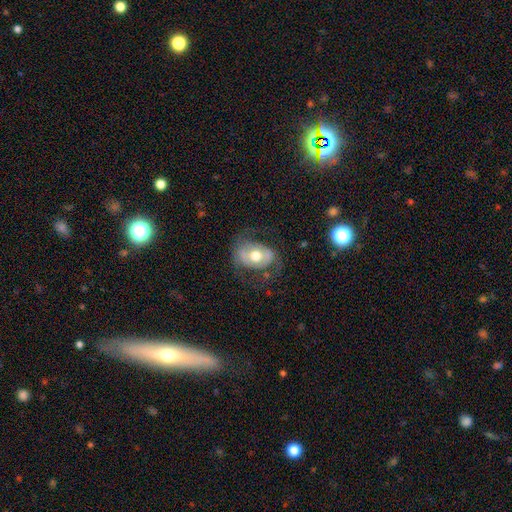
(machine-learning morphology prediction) Overall: featured or disk (54%; smooth 39%). Edge-on disk: no (94%). Bar: no (58%; weak 28%). Spiral arms: no (53%; yes 47%). Bulge size: moderate (72%). Merging: none (59%; minor disturbance 22%).